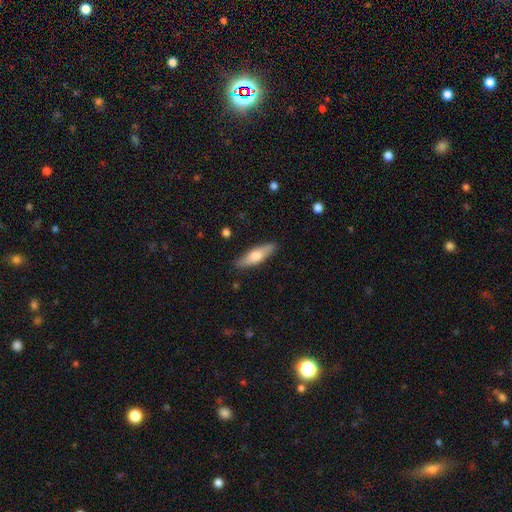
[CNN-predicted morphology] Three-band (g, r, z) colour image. It shows a smooth galaxy with no disk features (62%) that is cigar-shaped (56%). Merging: none (86%).